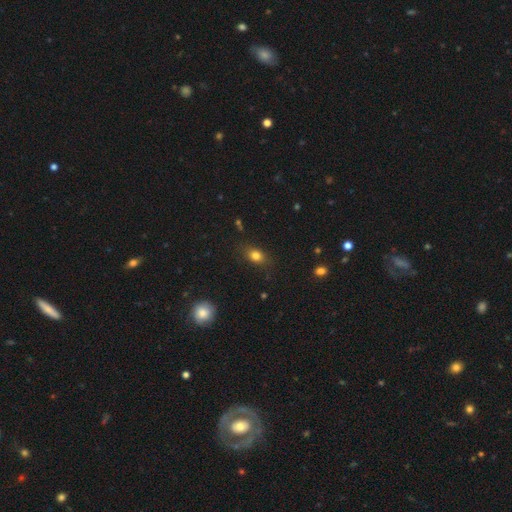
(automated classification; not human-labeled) Smooth or featured? smooth (80%)
How rounded? in between (66%)
Merging? none (79%)